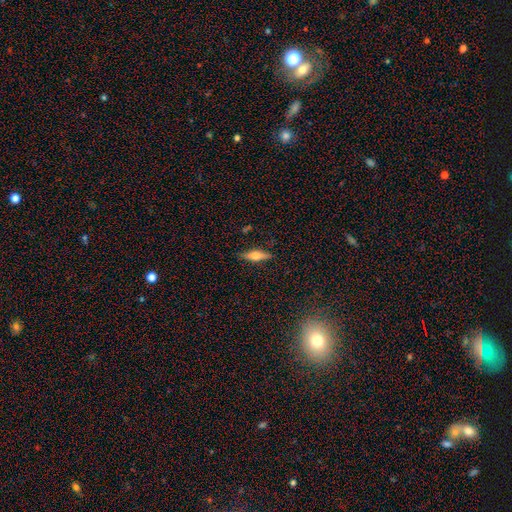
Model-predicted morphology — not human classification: The model was most divided on "smooth or featured": featured or disk: 48%, smooth: 45%, star or artifact: 7%. More confident: merging — none (86%).